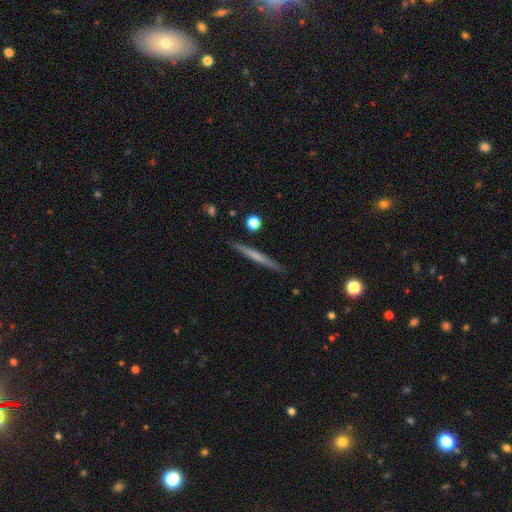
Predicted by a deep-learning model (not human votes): smooth 49%, featured or disk 45%, star or artifact 6%. Down the decision tree: merging — none (90%).